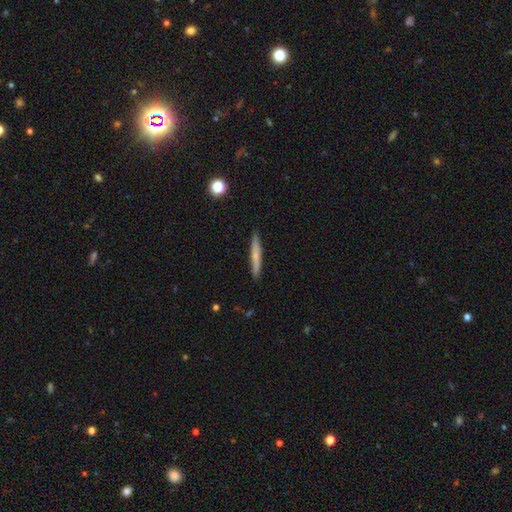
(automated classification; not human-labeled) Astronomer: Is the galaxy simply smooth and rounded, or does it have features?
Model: smooth — 60%.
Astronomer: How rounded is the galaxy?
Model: cigar-shaped — 95%.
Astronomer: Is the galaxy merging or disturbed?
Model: none — 91%.